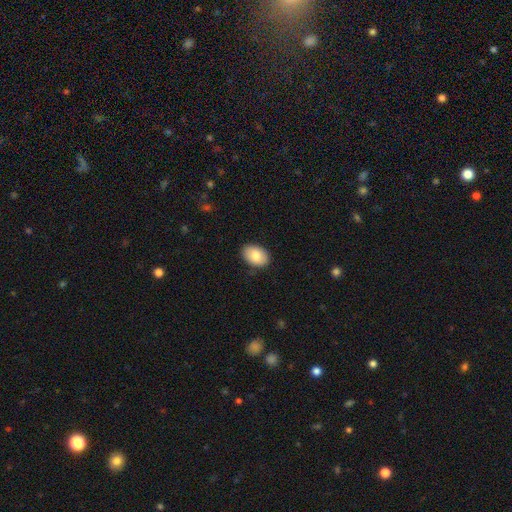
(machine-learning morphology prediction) Smooth or featured? Predicted: smooth (p=0.82). How rounded? Predicted: in between (p=0.85). Merging? Predicted: none (p=0.87).